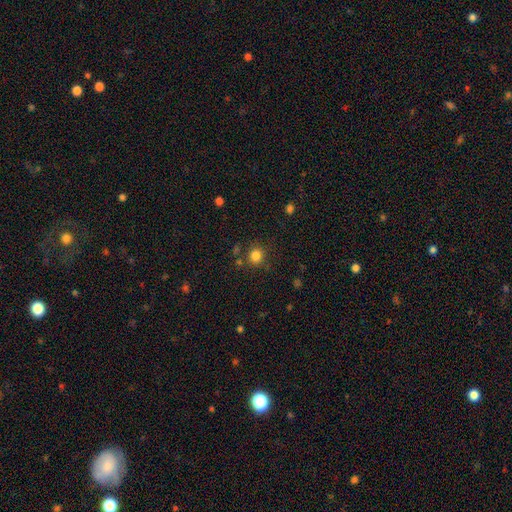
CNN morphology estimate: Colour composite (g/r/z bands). It shows a smooth galaxy with no disk features (83%) that is round (89%). Merging: none (82%).